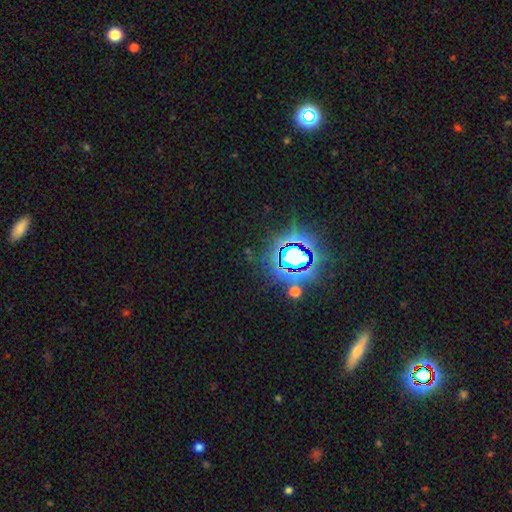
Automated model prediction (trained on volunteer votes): Overall: star or artifact (81%).